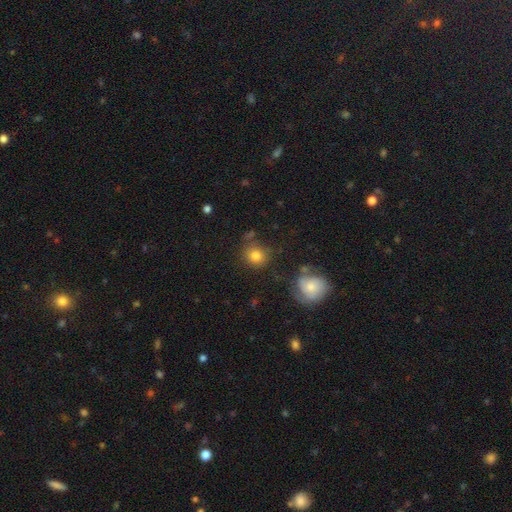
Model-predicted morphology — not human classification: Smooth or featured?
  - smooth: 79% *
  - star or artifact: 11%
  - featured or disk: 10%
How rounded?
  - round: 85% *
  - in between: 14%
  - cigar-shaped: 1%
Merging?
  - none: 76% *
  - minor disturbance: 13%
  - merger: 7%
  - major disturbance: 5%